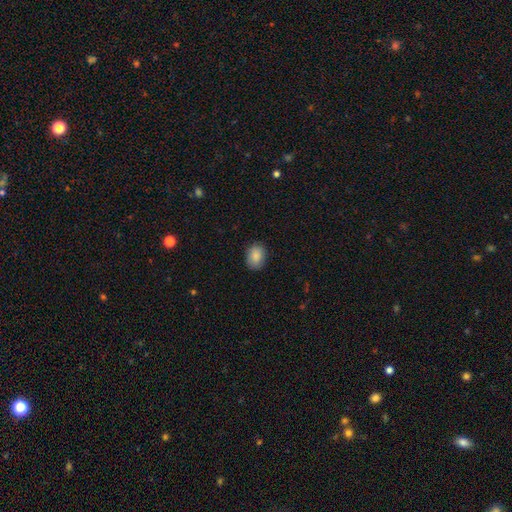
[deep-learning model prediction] Morphology: type=smooth (88%); roundness=in between (73%); merging=none (86%).